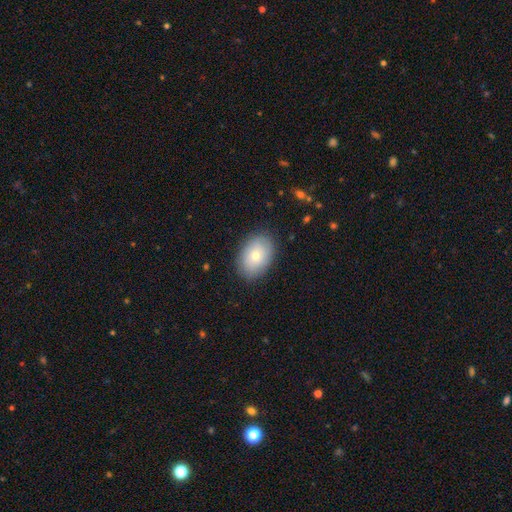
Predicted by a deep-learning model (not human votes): Q: Smooth or featured?
A: smooth (71%); runner-up: featured or disk (21%)
Q: How rounded?
A: in between (82%); runner-up: round (17%)
Q: Merging?
A: none (86%); runner-up: minor disturbance (10%)